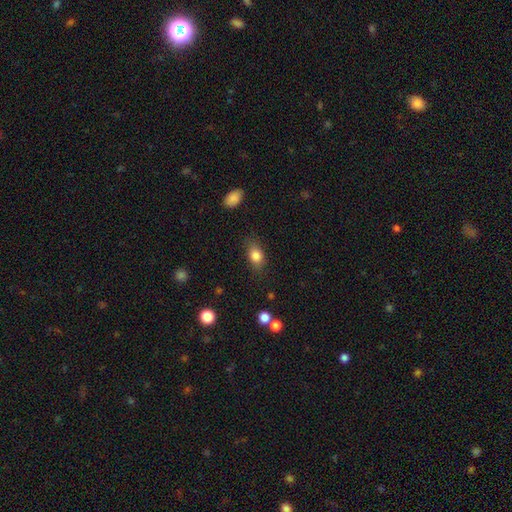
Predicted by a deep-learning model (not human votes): smooth-or-featured: smooth: 83% | star or artifact: 9% | featured or disk: 8%
  how-rounded: in between: 75% | round: 22% | cigar-shaped: 3%
  merging: none: 77% | minor disturbance: 16% | major disturbance: 5% | merger: 2%